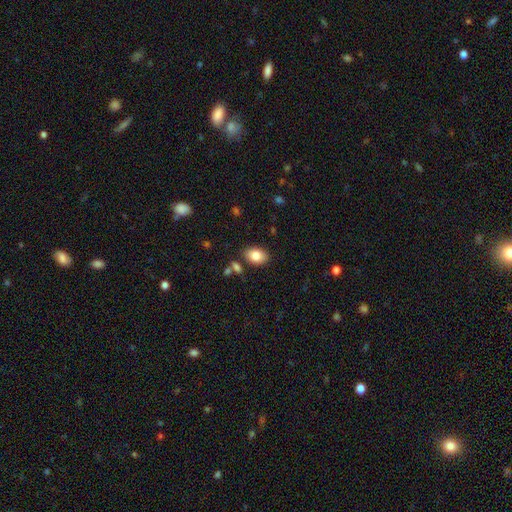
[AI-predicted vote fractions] Smooth or featured?
  - smooth: 83% *
  - featured or disk: 9%
  - star or artifact: 8%
How rounded?
  - in between: 84% *
  - round: 14%
  - cigar-shaped: 1%
Merging?
  - none: 83% *
  - minor disturbance: 10%
  - merger: 4%
  - major disturbance: 3%